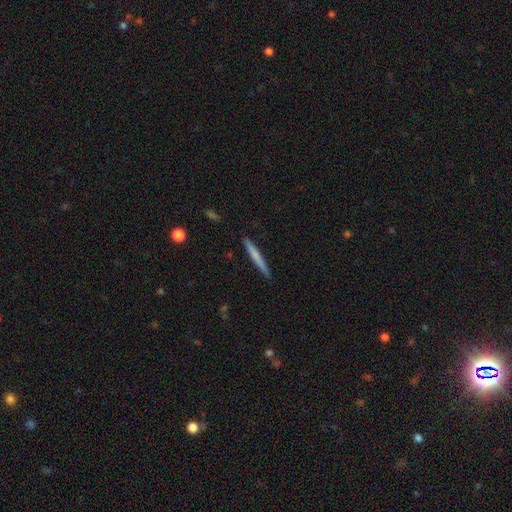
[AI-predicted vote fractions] A smooth galaxy with no disk features (65%) that is cigar-shaped (96%). Merging: none (89%).